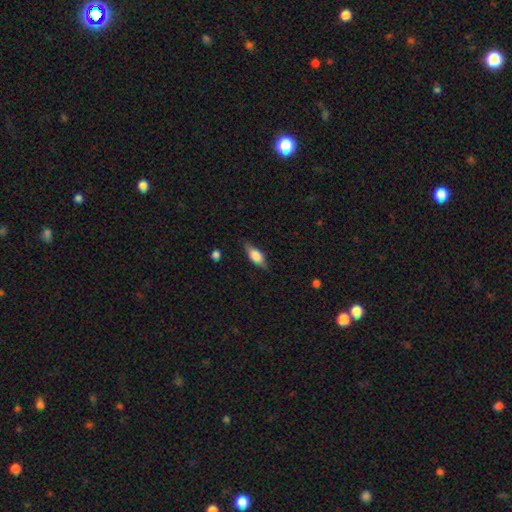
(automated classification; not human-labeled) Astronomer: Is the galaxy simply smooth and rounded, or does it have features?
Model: smooth — 61%.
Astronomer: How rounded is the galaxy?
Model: in between — 71%.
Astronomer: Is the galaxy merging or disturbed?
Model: none — 80%.